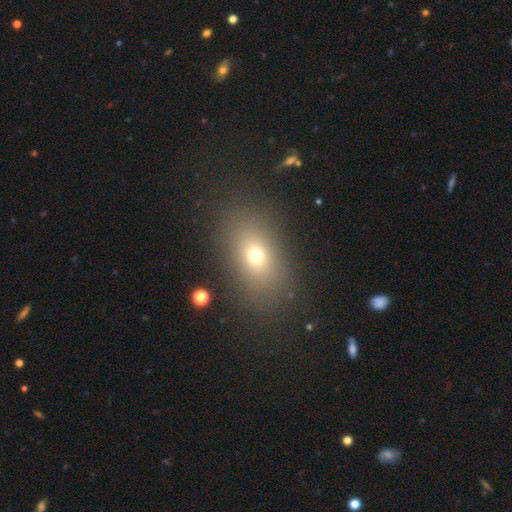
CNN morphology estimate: Smooth or featured? smooth (68%)
How rounded? in between (75%)
Merging? none (83%)